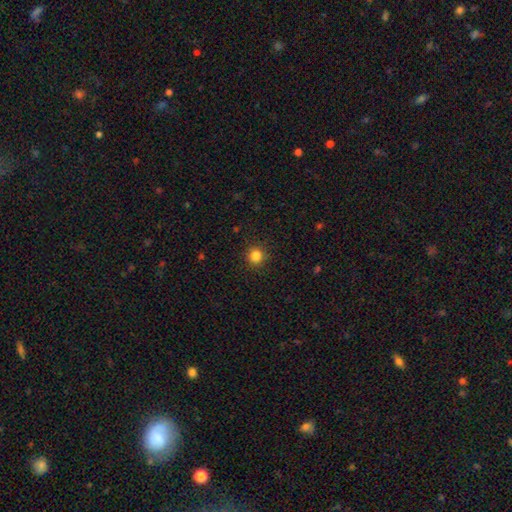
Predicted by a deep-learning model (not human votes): Overall: smooth (84%). How rounded: round (93%). Merging: none (91%).